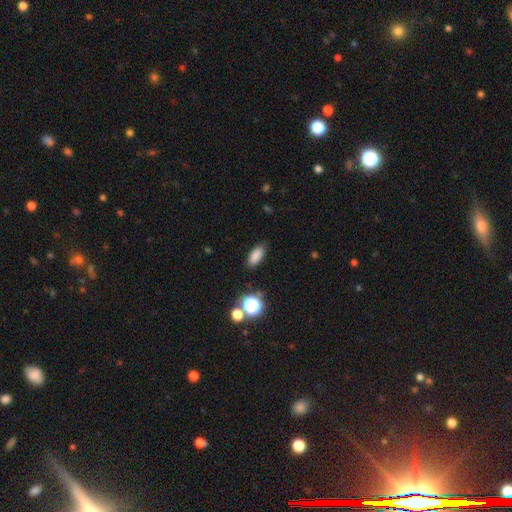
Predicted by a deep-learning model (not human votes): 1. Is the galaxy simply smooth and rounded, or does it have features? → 83% smooth, 12% star or artifact, 5% featured or disk.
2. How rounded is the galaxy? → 83% in between, 11% cigar-shaped, 7% round.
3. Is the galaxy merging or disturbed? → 85% none, 10% minor disturbance, 3% major disturbance, 2% merger.